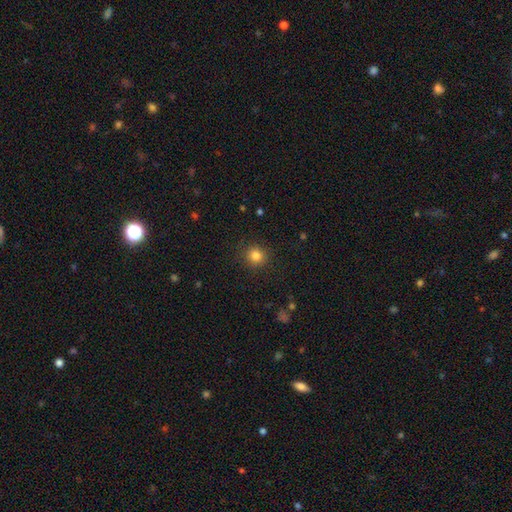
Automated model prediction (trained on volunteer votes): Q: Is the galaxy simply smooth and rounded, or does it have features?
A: smooth — 83%.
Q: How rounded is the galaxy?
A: round — 91%.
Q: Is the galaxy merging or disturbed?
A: none — 89%.